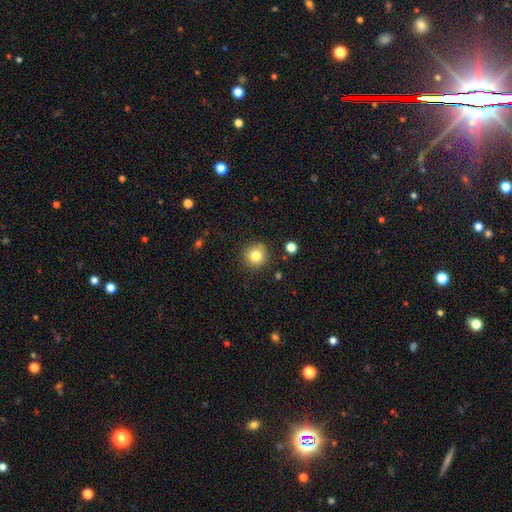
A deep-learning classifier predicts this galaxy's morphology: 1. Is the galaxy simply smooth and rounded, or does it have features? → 82% smooth, 11% star or artifact, 7% featured or disk.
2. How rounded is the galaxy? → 94% round, 5% in between, 1% cigar-shaped.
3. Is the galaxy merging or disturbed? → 85% none, 9% minor disturbance, 4% merger, 3% major disturbance.